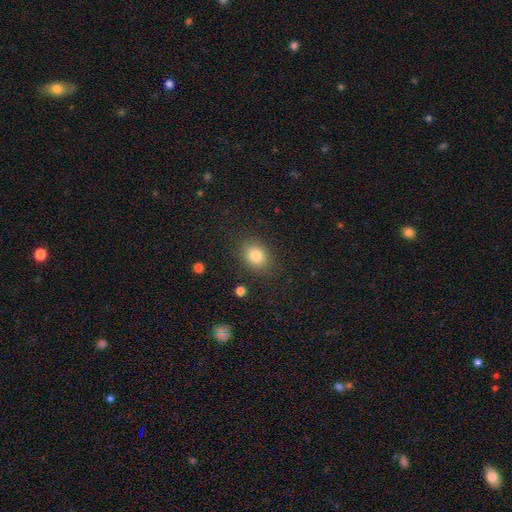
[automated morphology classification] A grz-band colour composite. It shows a smooth galaxy with no disk features (82%) that is in between round and cigar-shaped (51%). Merging: none (85%).